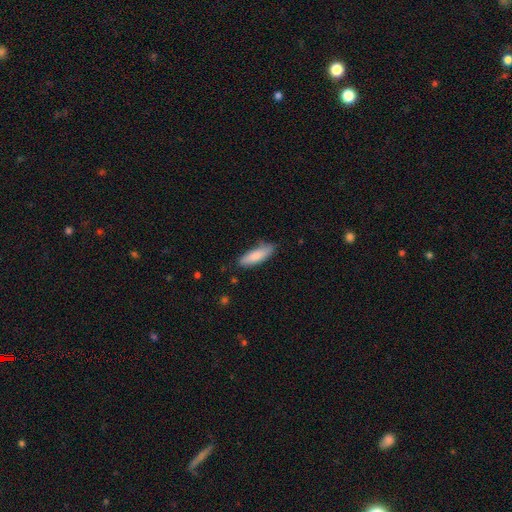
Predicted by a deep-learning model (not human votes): smooth 84%, featured or disk 10%, star or artifact 6%. Down the decision tree: how rounded — in between (52%); merging — none (77%).